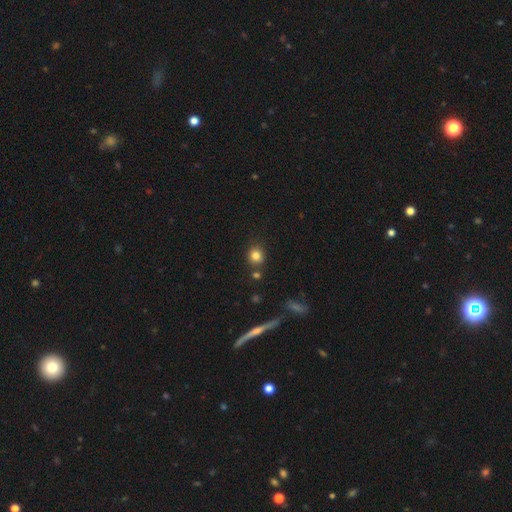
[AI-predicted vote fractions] Smooth or featured?
  - smooth: 82% *
  - star or artifact: 12%
  - featured or disk: 7%
How rounded?
  - round: 82% *
  - in between: 16%
  - cigar-shaped: 1%
Merging?
  - none: 79% *
  - minor disturbance: 10%
  - merger: 8%
  - major disturbance: 3%